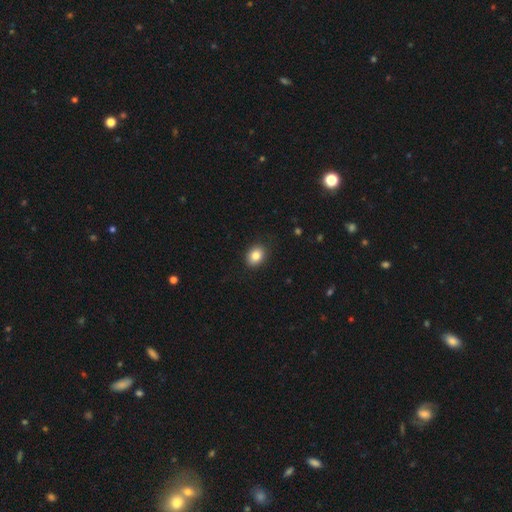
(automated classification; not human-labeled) smooth_or_featured: smooth (p=0.84) [alt: star or artifact p=0.09]
how_rounded: in between (p=0.58) [alt: round p=0.41]
merging: none (p=0.88) [alt: minor disturbance p=0.09]